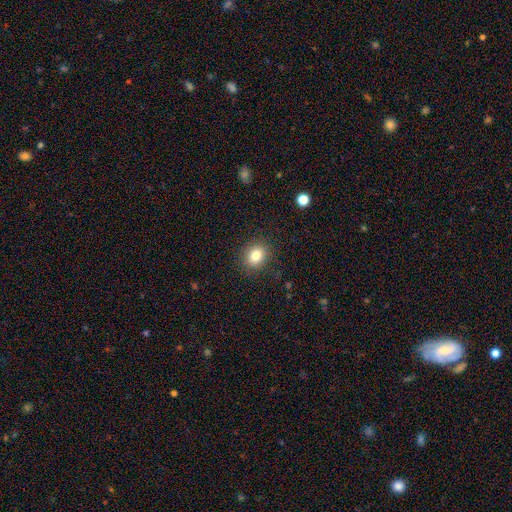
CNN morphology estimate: A smooth galaxy with no disk features (82%) that is round (59%). Merging: none (88%).